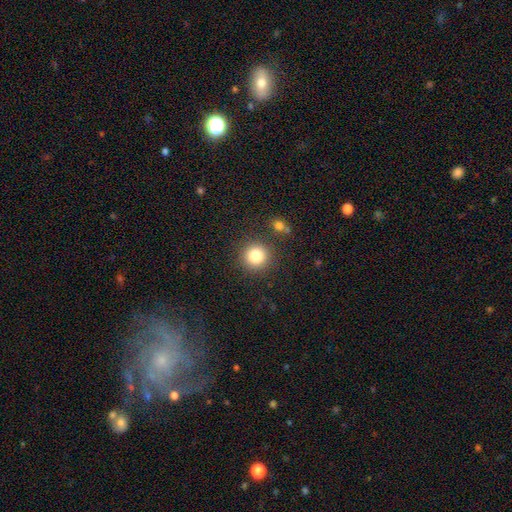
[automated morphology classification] Smooth or featured?
  - smooth: 83% *
  - star or artifact: 11%
  - featured or disk: 6%
How rounded?
  - round: 93% *
  - in between: 6%
  - cigar-shaped: 1%
Merging?
  - none: 87% *
  - minor disturbance: 7%
  - merger: 3%
  - major disturbance: 3%